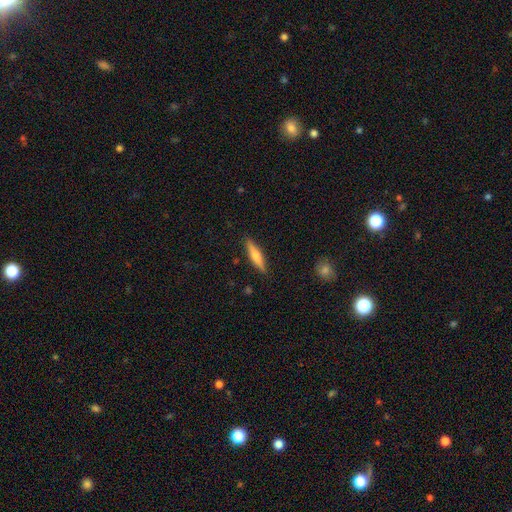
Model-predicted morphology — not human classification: smooth_or_featured: smooth (p=0.51) [alt: featured or disk p=0.43]
how_rounded: cigar-shaped (p=0.82) [alt: in between p=0.16]
merging: none (p=0.89) [alt: minor disturbance p=0.08]